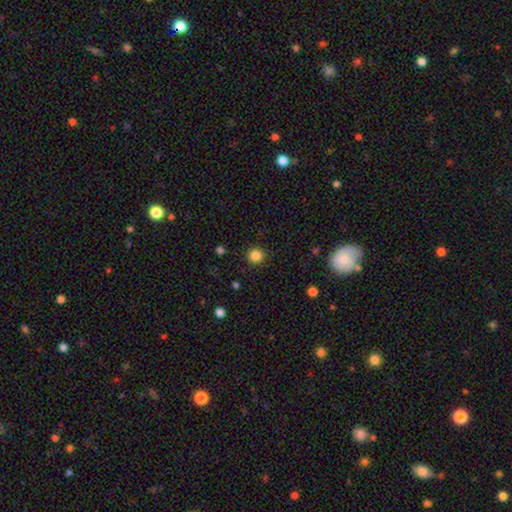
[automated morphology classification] A smooth galaxy with no disk features (84%) that is round (94%). Merging: none (92%).